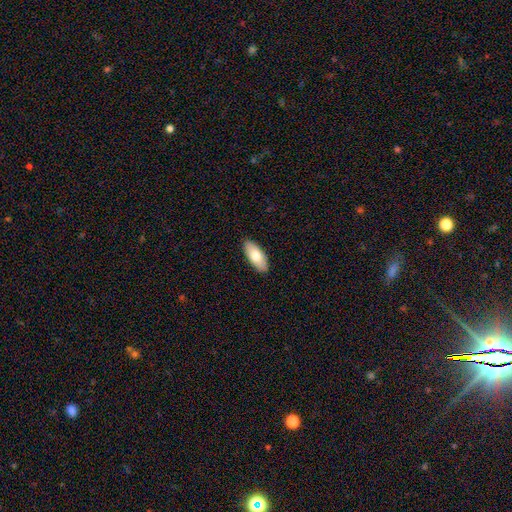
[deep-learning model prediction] Morphology: type=smooth (78%); roundness=in between (85%); merging=none (90%).